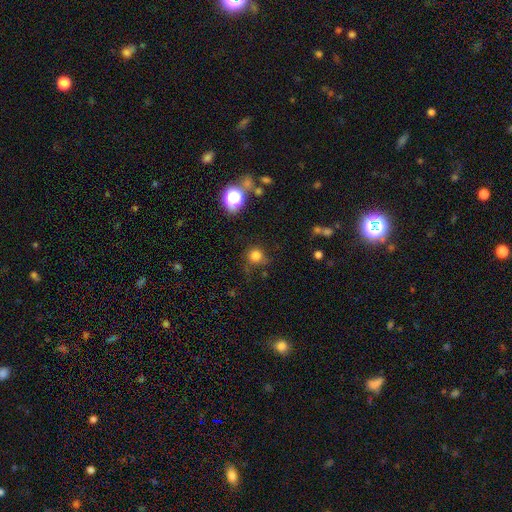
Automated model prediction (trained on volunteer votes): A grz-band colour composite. It shows a smooth galaxy with no disk features (78%) that is round (91%). Merging: none (70%).